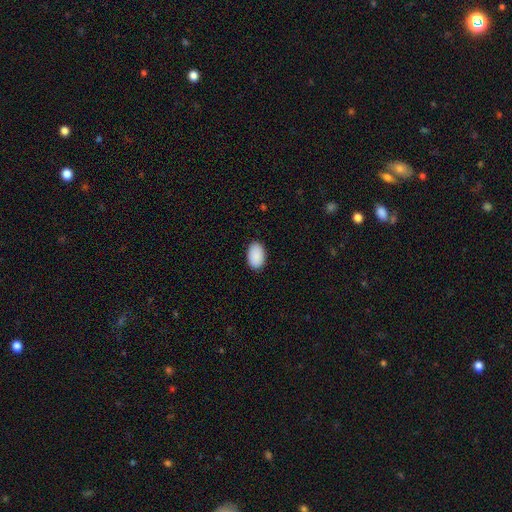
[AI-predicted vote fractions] Smooth or featured?
  - smooth: 91% *
  - star or artifact: 6%
  - featured or disk: 3%
How rounded?
  - in between: 94% *
  - round: 5%
  - cigar-shaped: 1%
Merging?
  - none: 89% *
  - minor disturbance: 8%
  - major disturbance: 2%
  - merger: 1%